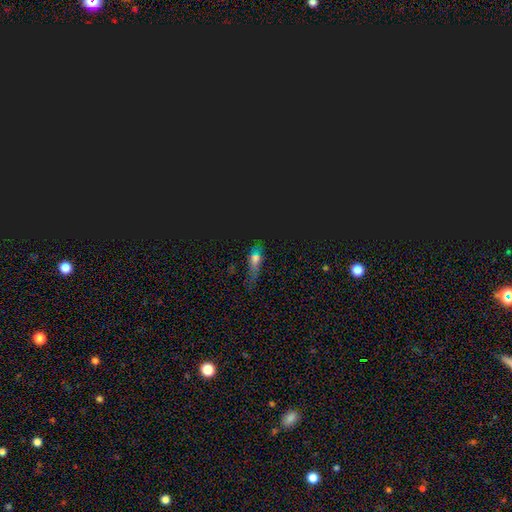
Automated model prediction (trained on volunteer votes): Smooth or featured?
  - star or artifact: 44% *
  - smooth: 33%
  - featured or disk: 23%